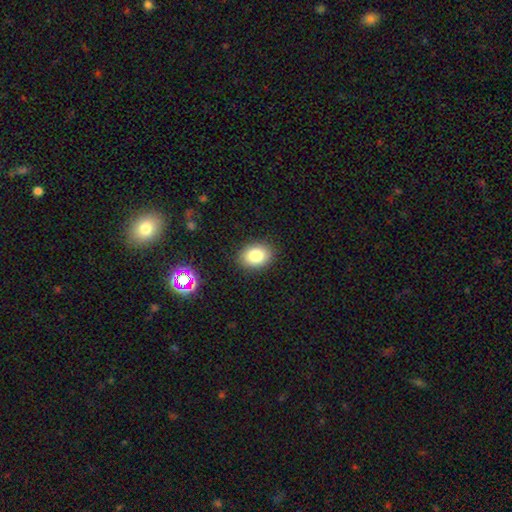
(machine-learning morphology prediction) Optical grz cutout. It shows a smooth galaxy with no disk features (83%) that is in between round and cigar-shaped (72%). Merging: none (88%).